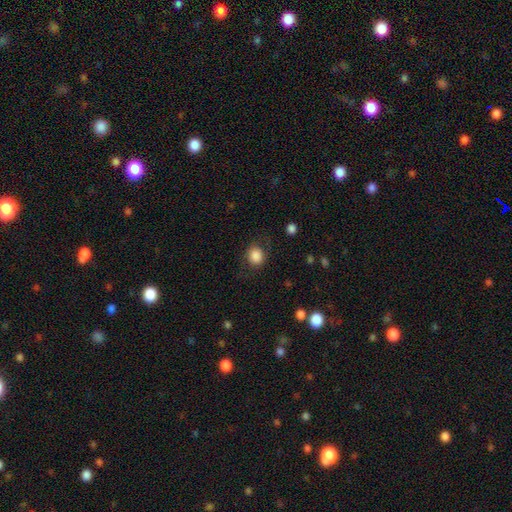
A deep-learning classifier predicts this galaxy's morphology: A smooth galaxy with no disk features (86%) that is round (72%). Merging: none (77%).